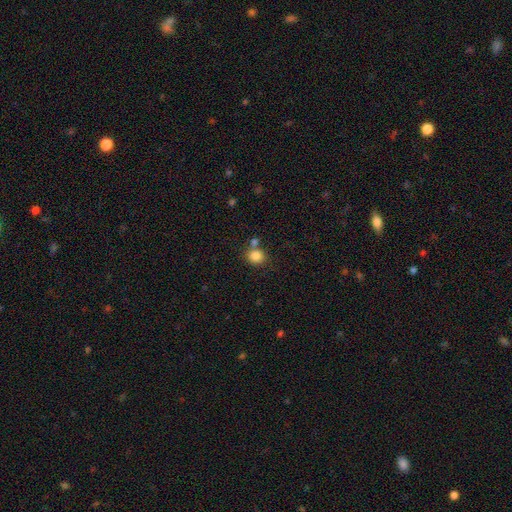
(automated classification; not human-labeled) Smooth or featured: smooth — 84% (star or artifact — 11%)
How rounded: round — 78% (in between — 21%)
Merging: none — 67% (merger — 19%)